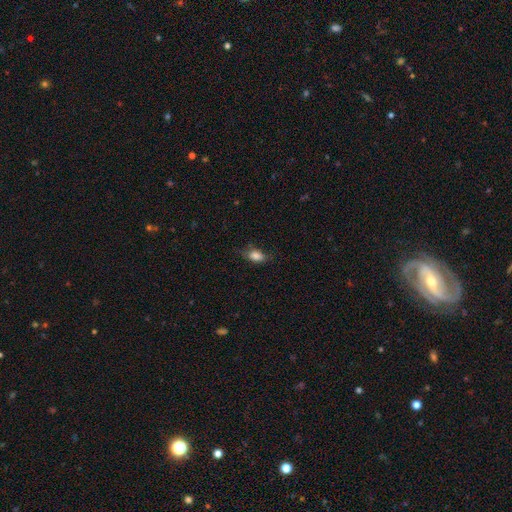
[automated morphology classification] The model was most divided on "merging": none: 70%, minor disturbance: 22%, major disturbance: 6%, merger: 1%. More confident: how rounded — in between (85%); smooth or featured — smooth (83%).